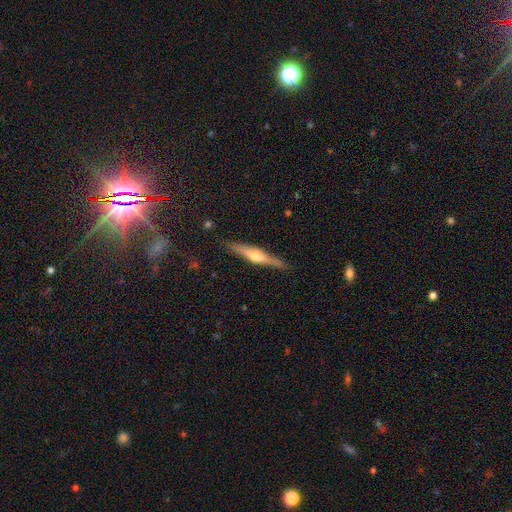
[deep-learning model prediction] Smooth or featured: featured or disk — 70% (smooth — 24%)
Edge-on disk: yes — 97% (no — 3%)
Edge-on bulge: rounded — 89% (boxy — 6%)
Merging: none — 88% (minor disturbance — 9%)